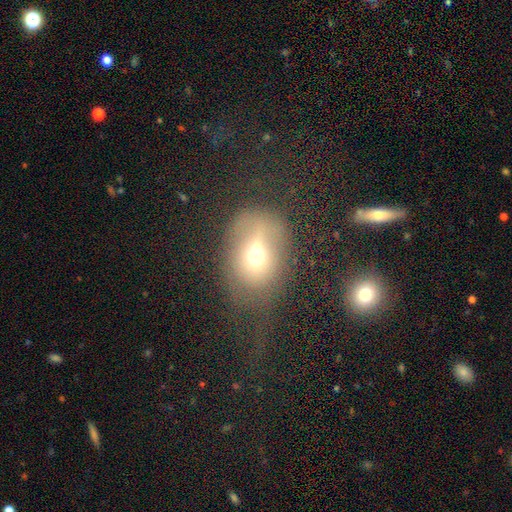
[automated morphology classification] smooth_or_featured: smooth (p=0.59) [alt: featured or disk p=0.27]
how_rounded: round (p=0.52) [alt: in between p=0.46]
merging: major disturbance (p=0.32) [alt: none p=0.30]